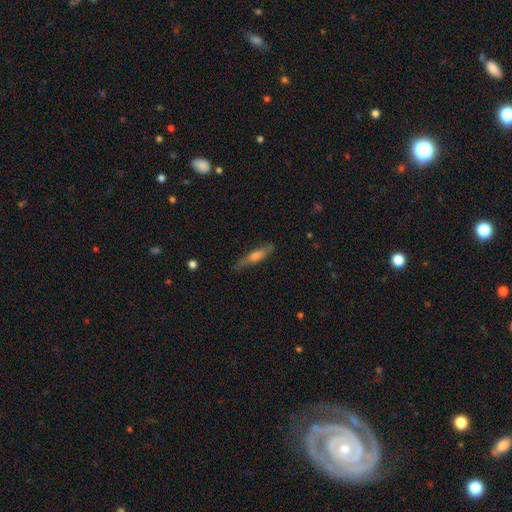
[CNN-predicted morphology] A featured or disk galaxy (49%). Merging: none (74%).